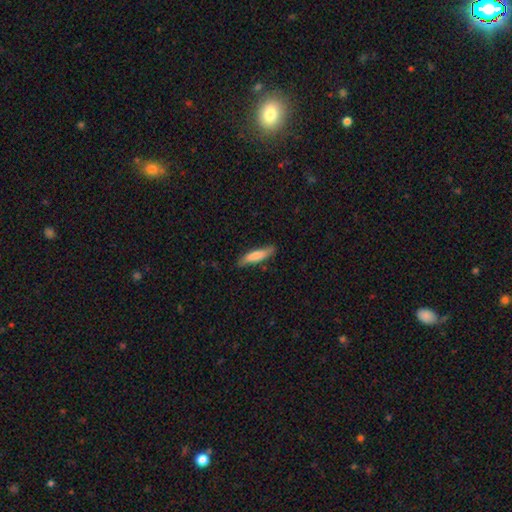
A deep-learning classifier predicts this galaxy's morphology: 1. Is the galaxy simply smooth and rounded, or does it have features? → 74% smooth, 20% featured or disk, 5% star or artifact.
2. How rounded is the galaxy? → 76% cigar-shaped, 22% in between, 1% round.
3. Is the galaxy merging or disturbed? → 80% none, 16% minor disturbance, 3% major disturbance, 1% merger.